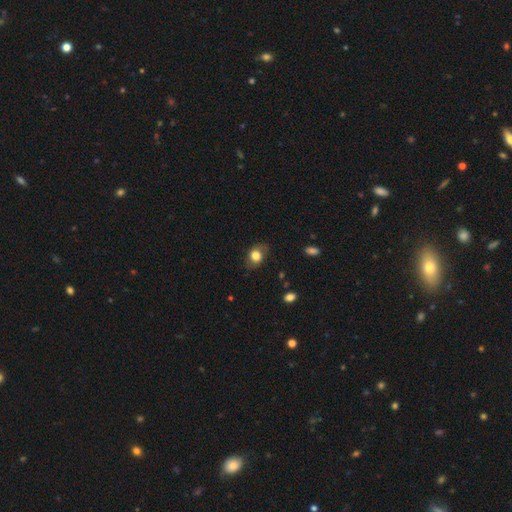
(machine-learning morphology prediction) This is likely a smooth galaxy (76%). How rounded: likely in between (62%). Merging: likely none (73%).